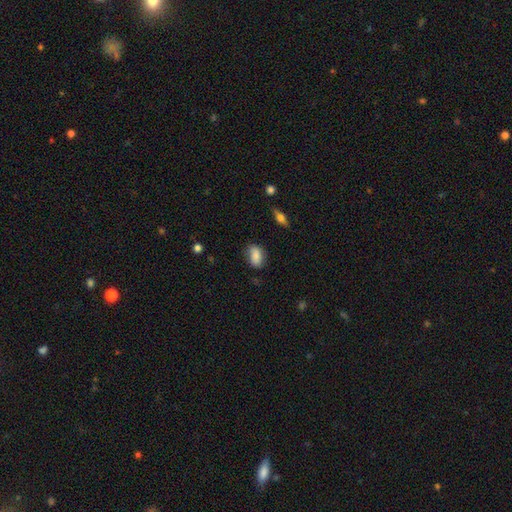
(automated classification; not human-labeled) smooth_or_featured: smooth (p=0.78) [alt: featured or disk p=0.14]
how_rounded: in between (p=0.84) [alt: round p=0.13]
merging: none (p=0.68) [alt: minor disturbance p=0.25]